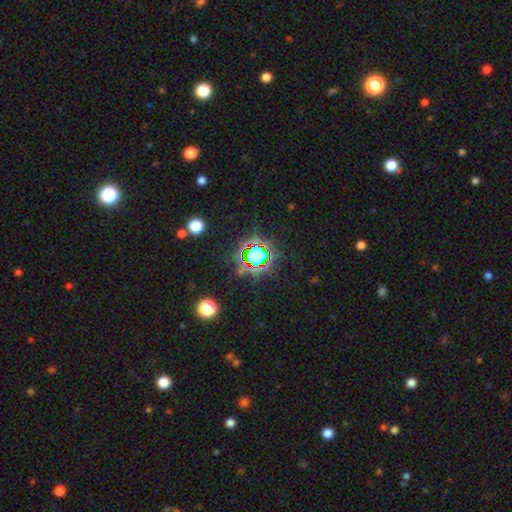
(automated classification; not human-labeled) Morphology: type=star or artifact (73%).